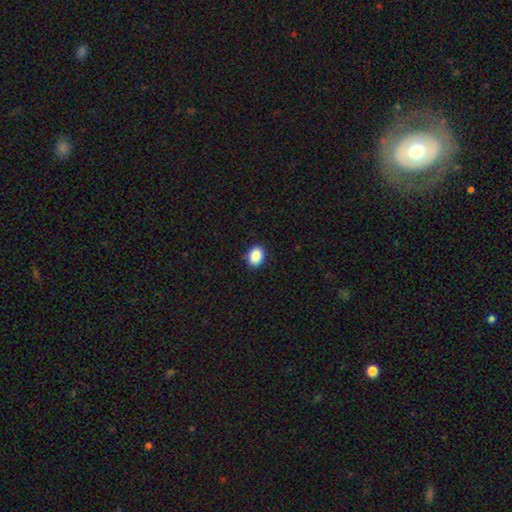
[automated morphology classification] type=smooth (89%); roundness=in between (67%); merging=none (89%).